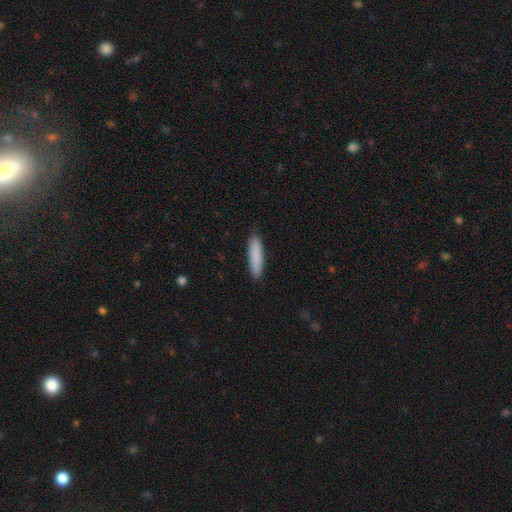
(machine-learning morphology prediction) smooth-or-featured: smooth: 87% | featured or disk: 7% | star or artifact: 6%
  how-rounded: cigar-shaped: 75% | in between: 23% | round: 1%
  merging: none: 87% | minor disturbance: 10% | major disturbance: 2% | merger: 1%